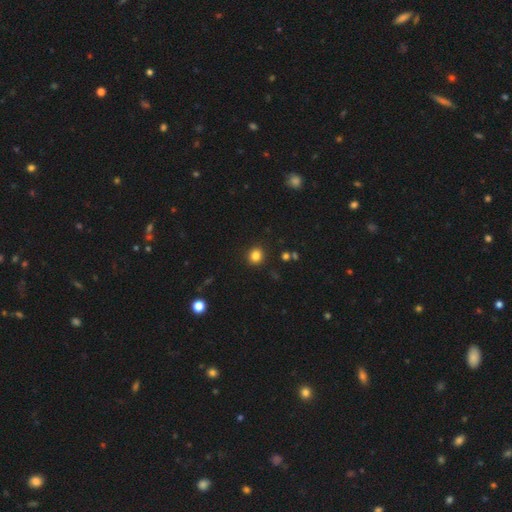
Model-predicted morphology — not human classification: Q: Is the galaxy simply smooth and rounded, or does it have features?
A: smooth — 83%.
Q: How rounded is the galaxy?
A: round — 84%.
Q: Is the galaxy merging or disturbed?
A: none — 91%.